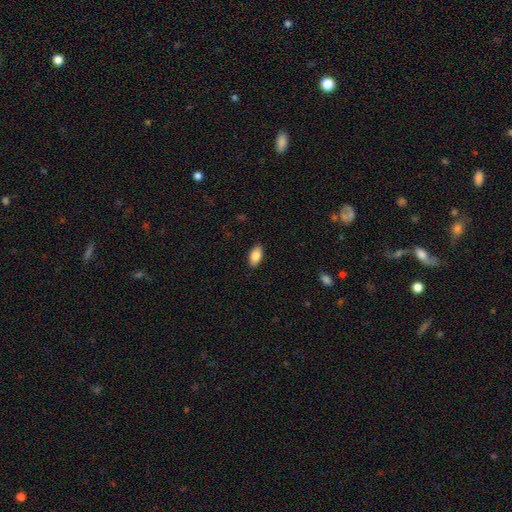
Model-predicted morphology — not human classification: Overall: smooth (85%). How rounded: in between (93%). Merging: none (89%).